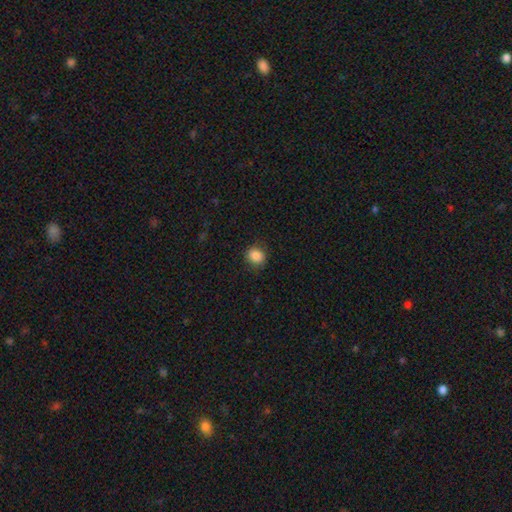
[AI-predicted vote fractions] The model was most divided on "how rounded": round: 79%, in between: 20%, cigar-shaped: 1%. More confident: smooth or featured — smooth (86%); merging — none (84%).